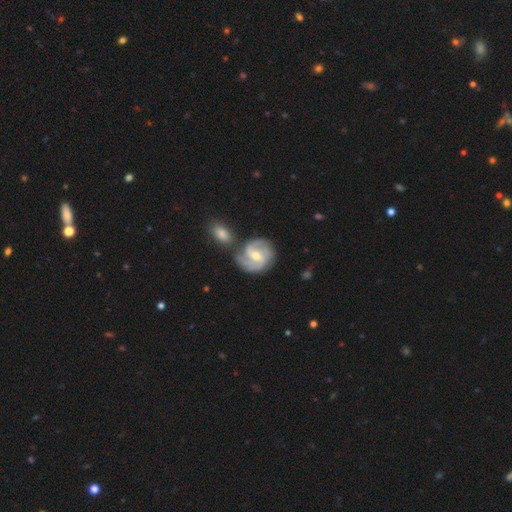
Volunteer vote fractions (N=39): Overall: featured or disk (85%). Edge-on disk: no (100%). Bar: weak (48%; no 42%). Spiral arms: yes (97%). Spiral arm count: 2 (56%; can't tell 25%). Spiral winding: tight (53%; medium 41%). Bulge size: small (64%; moderate 36%). Merging: none (61%; minor disturbance 21%).